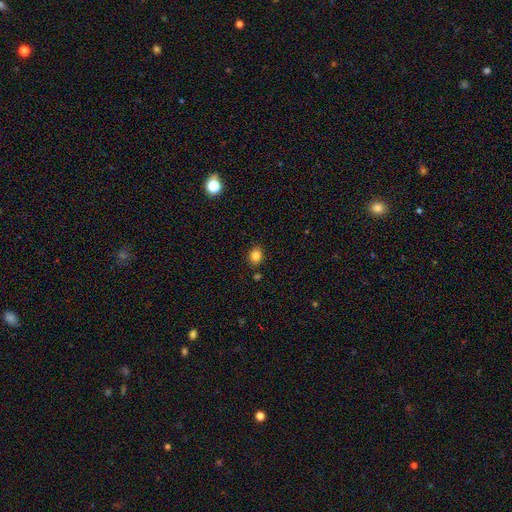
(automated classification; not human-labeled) The model was most divided on "how rounded": round: 56%, in between: 43%, cigar-shaped: 1%. More confident: merging — none (85%); smooth or featured — smooth (84%).